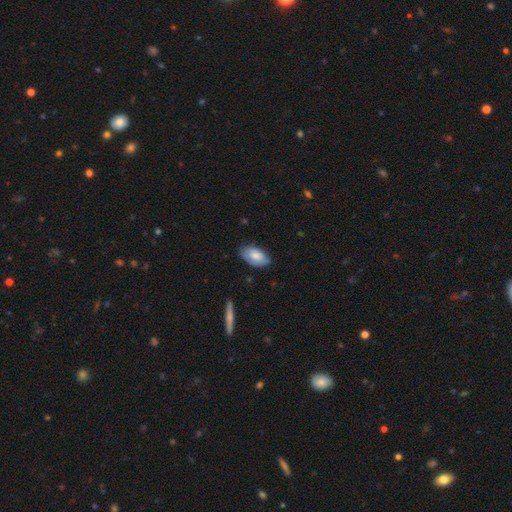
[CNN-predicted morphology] Smooth or featured: smooth — 71% (featured or disk — 23%)
How rounded: in between — 94% (round — 3%)
Merging: none — 67% (minor disturbance — 26%)